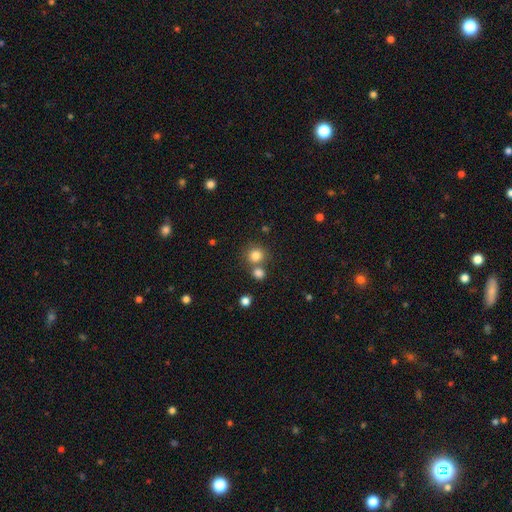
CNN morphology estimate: The model was most divided on "merging": none: 64%, merger: 25%, minor disturbance: 8%, major disturbance: 3%. More confident: how rounded — round (89%); smooth or featured — smooth (81%).